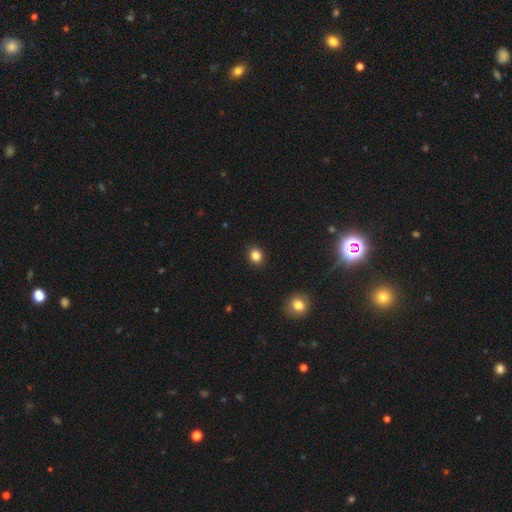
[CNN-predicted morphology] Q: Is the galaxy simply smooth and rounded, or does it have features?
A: smooth — 83%.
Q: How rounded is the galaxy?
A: round — 72%.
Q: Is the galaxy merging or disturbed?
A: none — 92%.